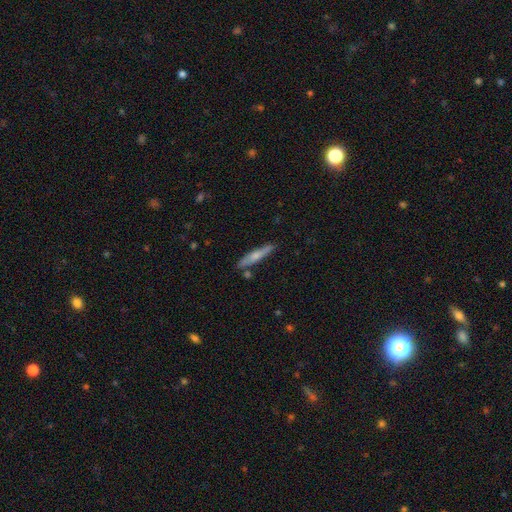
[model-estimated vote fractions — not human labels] A smooth galaxy with no disk features (55%) that is cigar-shaped (90%).

Vote fractions:
- Smooth or featured? smooth: 55% / featured or disk: 39% / star or artifact: 6%
- How rounded? cigar-shaped: 90% / in between: 8% / round: 2%
- Merging? none: 82% / minor disturbance: 12% / merger: 5% / major disturbance: 2%